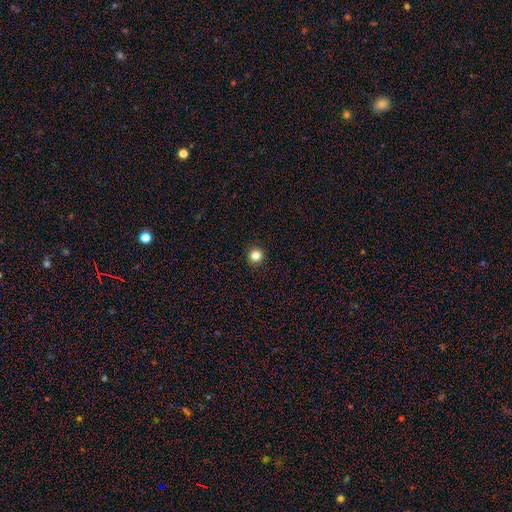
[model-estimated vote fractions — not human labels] Q: Smooth or featured?
A: smooth (82%); runner-up: star or artifact (13%)
Q: How rounded?
A: round (95%); runner-up: in between (4%)
Q: Merging?
A: none (93%); runner-up: minor disturbance (4%)